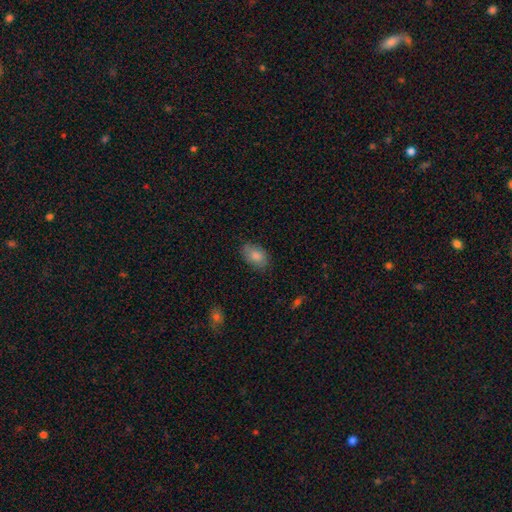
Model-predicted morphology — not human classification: This is clearly a smooth galaxy (83%). How rounded: clearly in between (88%). Merging: likely none (79%).